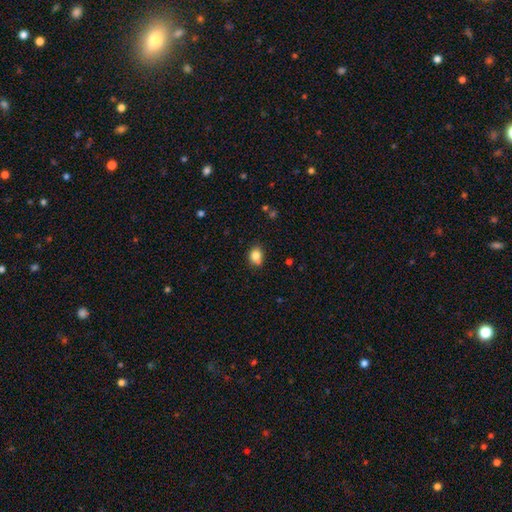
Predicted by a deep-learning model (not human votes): Smooth or featured? smooth (82%)
How rounded? round (55%)
Merging? none (69%)